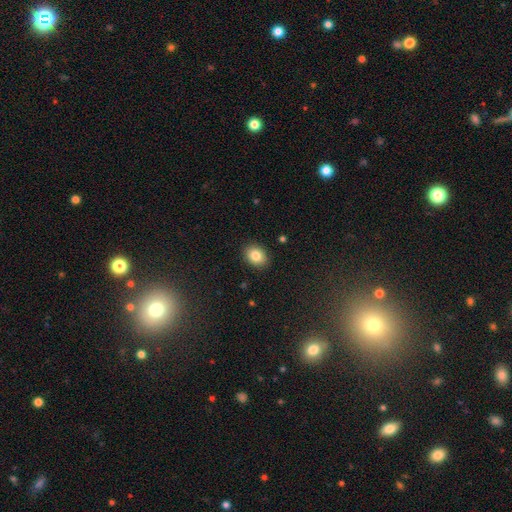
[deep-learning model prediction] Smooth or featured: smooth — 84% (star or artifact — 9%)
How rounded: in between — 57% (round — 43%)
Merging: none — 90% (minor disturbance — 7%)